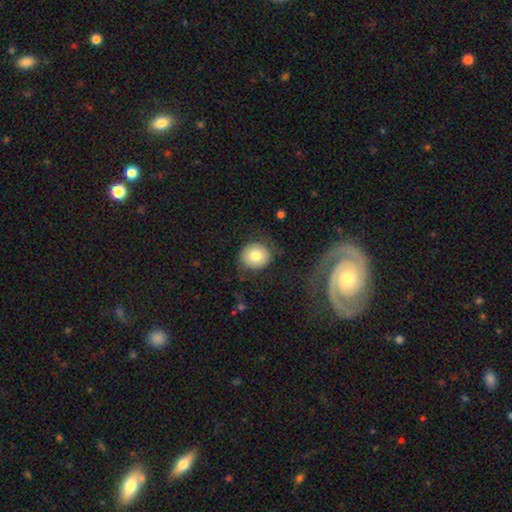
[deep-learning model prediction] Smooth or featured?
  - smooth: 76% *
  - featured or disk: 16%
  - star or artifact: 8%
How rounded?
  - round: 83% *
  - in between: 16%
  - cigar-shaped: 1%
Merging?
  - none: 71% *
  - minor disturbance: 17%
  - major disturbance: 10%
  - merger: 2%